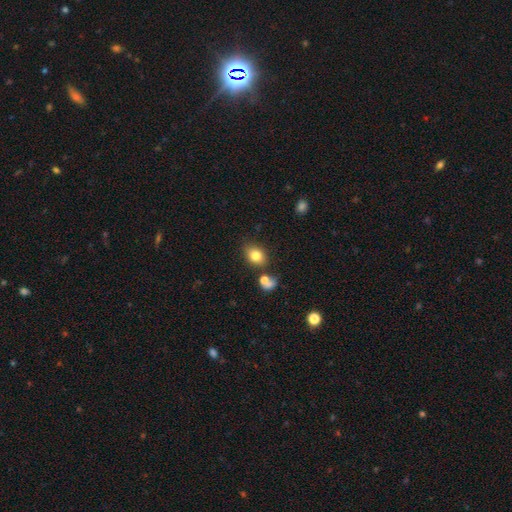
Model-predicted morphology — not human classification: Overall: smooth (81%). How rounded: in between (63%; round 35%). Merging: none (72%).